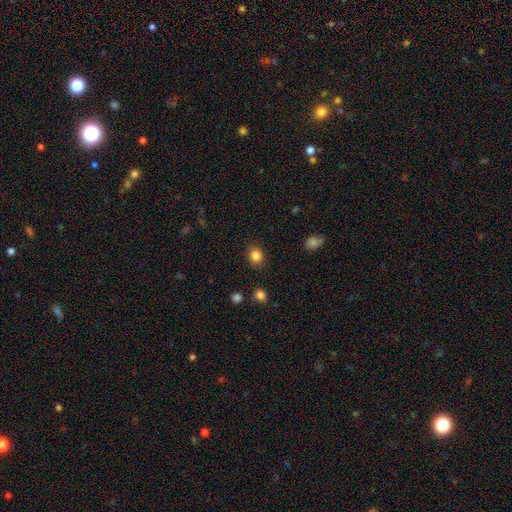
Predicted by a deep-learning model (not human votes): A smooth galaxy with no disk features (85%) that is round (67%).

Vote fractions:
- Smooth or featured? smooth: 85% / star or artifact: 11% / featured or disk: 4%
- How rounded? round: 67% / in between: 32% / cigar-shaped: 1%
- Merging? none: 87% / minor disturbance: 9% / major disturbance: 3% / merger: 2%